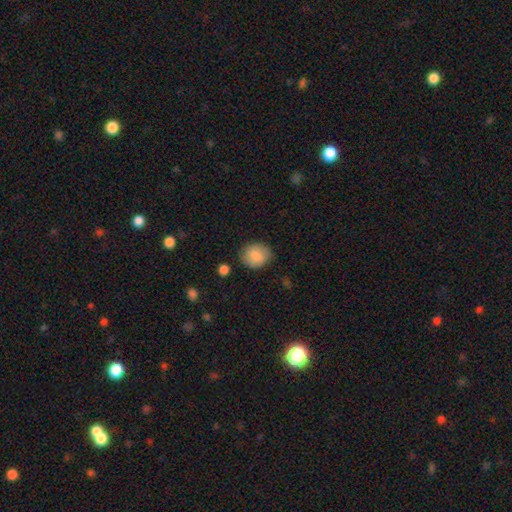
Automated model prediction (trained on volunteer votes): smooth_or_featured: smooth (p=0.85) [alt: featured or disk p=0.08]
how_rounded: round (p=0.71) [alt: in between p=0.28]
merging: none (p=0.82) [alt: minor disturbance p=0.13]